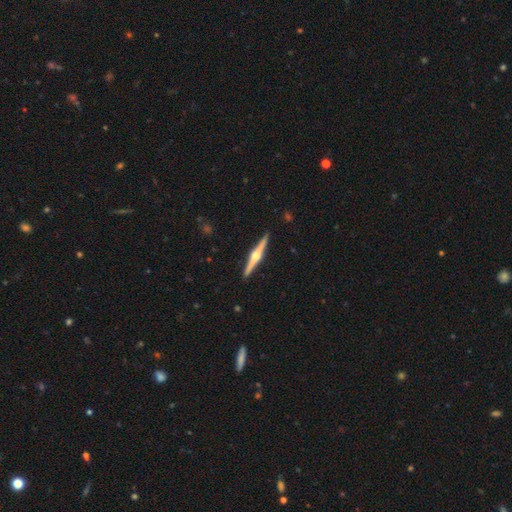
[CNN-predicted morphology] featured or disk 83%, smooth 12%, star or artifact 4%. Down the decision tree: edge-on disk — yes (99%); edge-on bulge — rounded (94%); merging — none (92%).